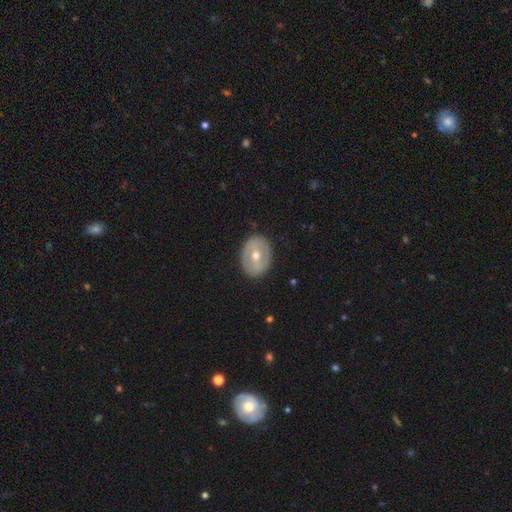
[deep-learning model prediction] Smooth or featured? Predicted: featured or disk (p=0.55). Edge-on disk? Predicted: no (p=0.92). Bar? Predicted: no (p=0.43). Spiral arms? Predicted: no (p=0.80). Bulge size? Predicted: moderate (p=0.67). Merging? Predicted: none (p=0.86).